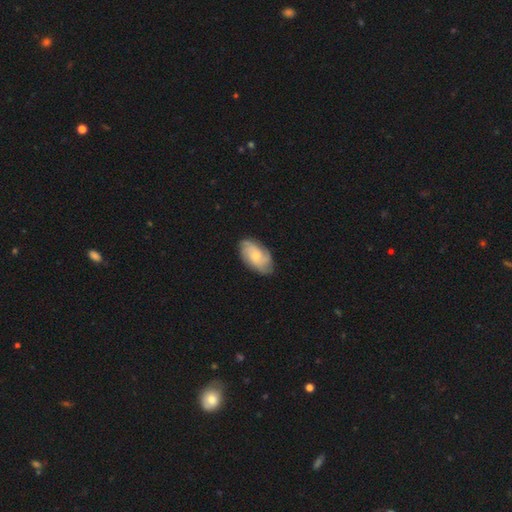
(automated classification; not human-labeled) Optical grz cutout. It shows a featured or disk galaxy (60%) with no bar (74%), tight (49%) spiral arms (90%) and a small central bulge (49%). Merging: none (78%).